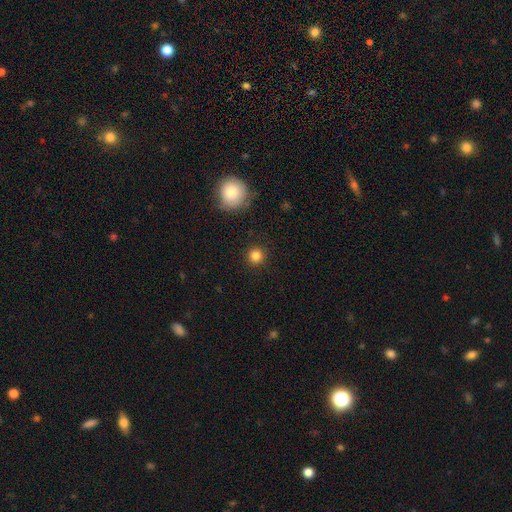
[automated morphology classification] This appears to be a smooth galaxy with no disk features (83%) that is round (94%). Merging: none (91%).